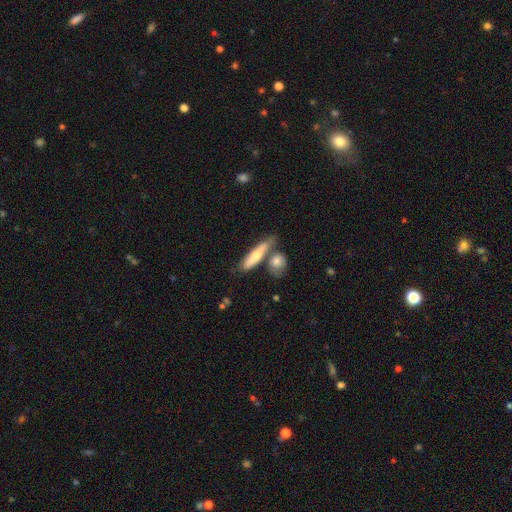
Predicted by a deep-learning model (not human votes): Q: Smooth or featured?
A: smooth (65%); runner-up: featured or disk (29%)
Q: How rounded?
A: cigar-shaped (74%); runner-up: in between (23%)
Q: Merging?
A: none (53%); runner-up: merger (27%)